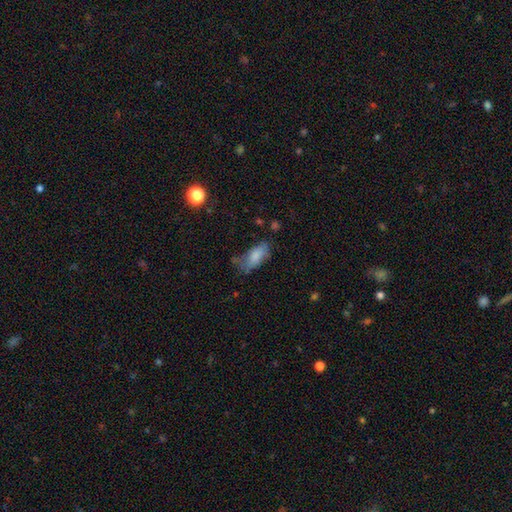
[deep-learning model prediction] smooth_or_featured: smooth (p=0.79) [alt: featured or disk p=0.14]
how_rounded: in between (p=0.88) [alt: cigar-shaped p=0.10]
merging: none (p=0.48) [alt: minor disturbance p=0.33]